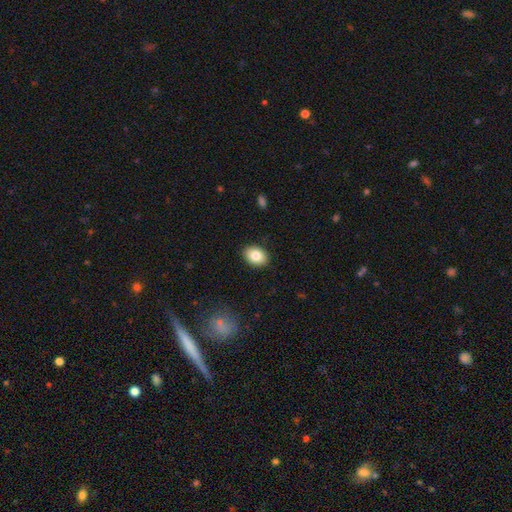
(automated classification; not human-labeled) A smooth galaxy with no disk features (83%) that is in between round and cigar-shaped (80%).

Vote fractions:
- Smooth or featured? smooth: 83% / featured or disk: 9% / star or artifact: 8%
- How rounded? in between: 80% / round: 19% / cigar-shaped: 1%
- Merging? none: 89% / minor disturbance: 8% / major disturbance: 2% / merger: 1%